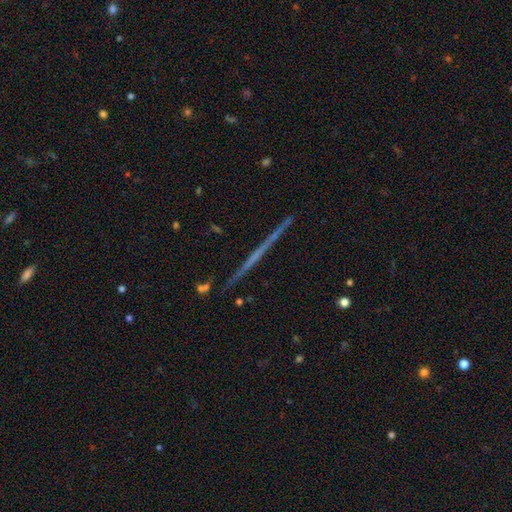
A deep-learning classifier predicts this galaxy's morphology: Q: Smooth or featured?
A: featured or disk (69%); runner-up: smooth (23%)
Q: Edge-on disk?
A: yes (98%); runner-up: no (2%)
Q: Edge-on bulge?
A: none (85%); runner-up: rounded (11%)
Q: Merging?
A: none (91%); runner-up: minor disturbance (6%)